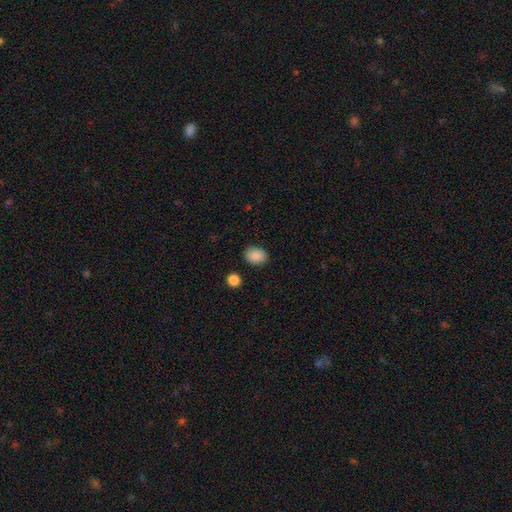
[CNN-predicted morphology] Q: Smooth or featured?
A: smooth (88%); runner-up: star or artifact (8%)
Q: How rounded?
A: in between (64%); runner-up: round (35%)
Q: Merging?
A: none (85%); runner-up: minor disturbance (10%)